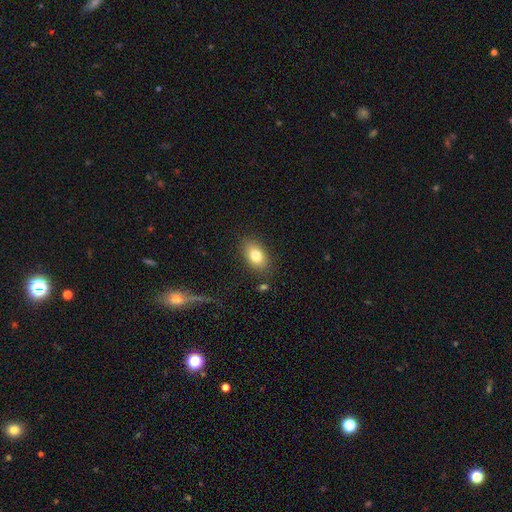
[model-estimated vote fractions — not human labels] Overall: smooth (78%). How rounded: in between (86%). Merging: none (83%).